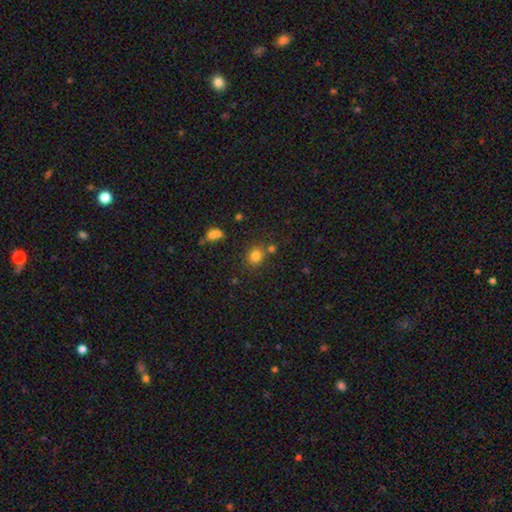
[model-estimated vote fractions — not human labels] Smooth or featured? smooth (79%)
How rounded? round (72%)
Merging? none (70%)